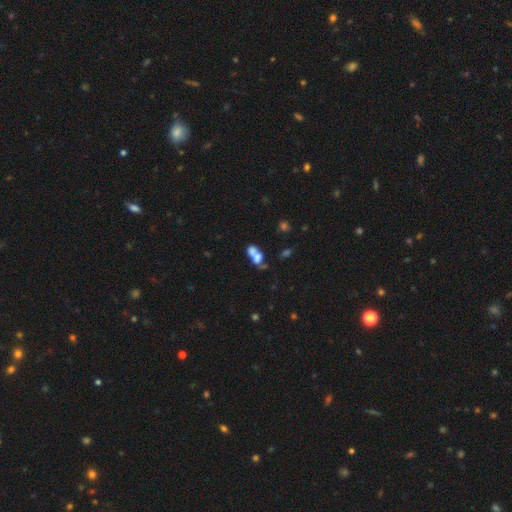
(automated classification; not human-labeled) smooth_or_featured: smooth (p=0.62) [alt: featured or disk p=0.24]
how_rounded: in between (p=0.68) [alt: round p=0.27]
merging: merger (p=0.68) [alt: none p=0.18]